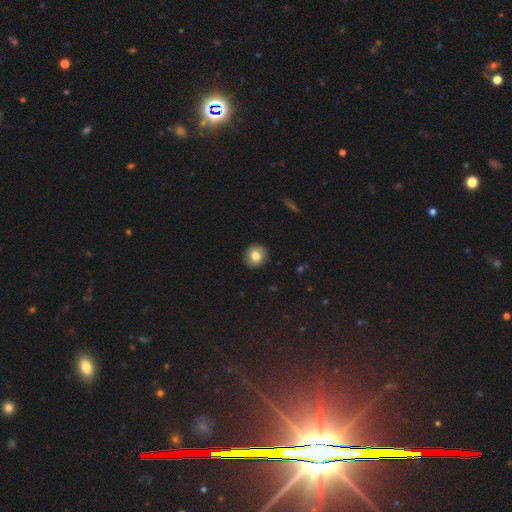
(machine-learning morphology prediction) A smooth galaxy with no disk features (76%) that is round (77%). Merging: none (88%).